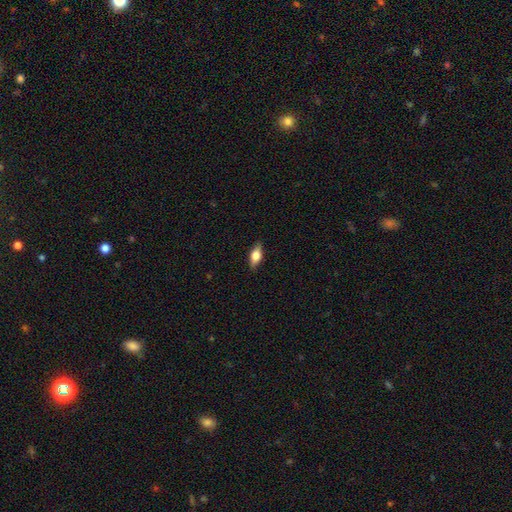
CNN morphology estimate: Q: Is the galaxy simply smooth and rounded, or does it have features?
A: smooth — 58%.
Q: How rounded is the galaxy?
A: in between — 77%.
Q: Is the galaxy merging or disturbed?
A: none — 86%.